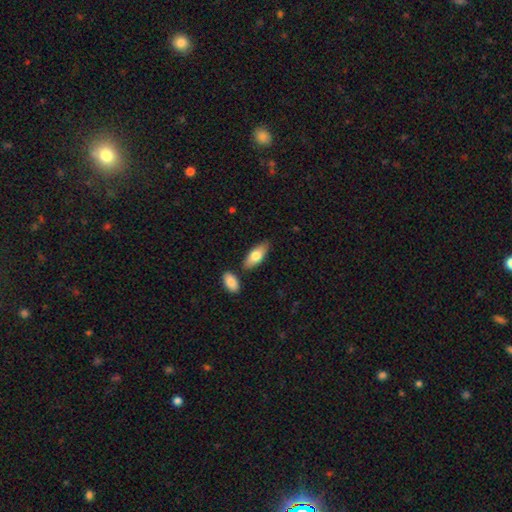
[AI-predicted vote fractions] Smooth or featured? smooth (75%)
How rounded? in between (81%)
Merging? none (77%)